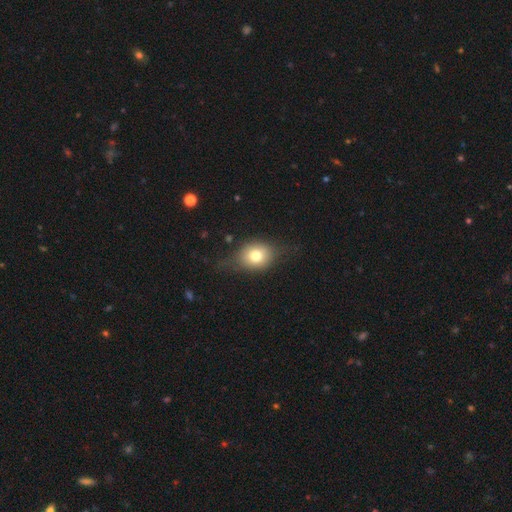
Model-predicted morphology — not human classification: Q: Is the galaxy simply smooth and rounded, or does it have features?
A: smooth — 71%.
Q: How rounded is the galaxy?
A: in between — 49%, tied with round.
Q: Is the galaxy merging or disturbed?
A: none — 63%.